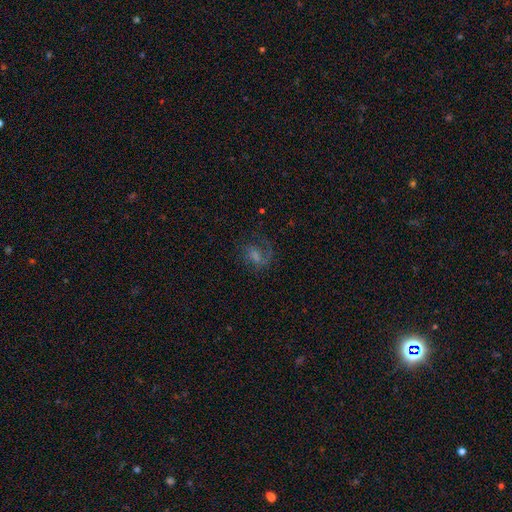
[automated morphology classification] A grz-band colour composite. It shows a featured or disk galaxy (55%) with a weak bar (45%), spiral arms (83%) and a moderate central bulge (31%). Merging: none (53%).